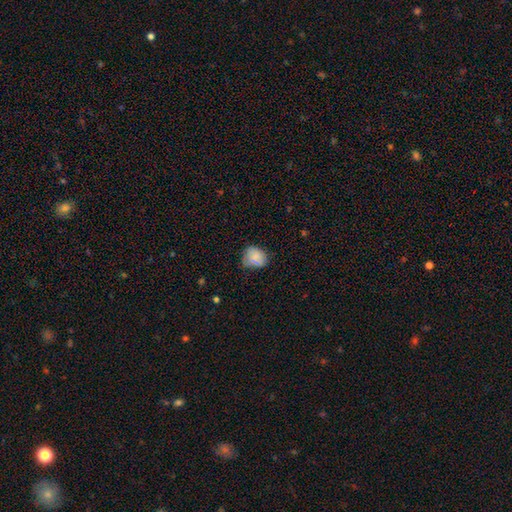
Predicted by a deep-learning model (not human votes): A smooth galaxy with no disk features (72%) that is round (54%). Merging: none (56%).